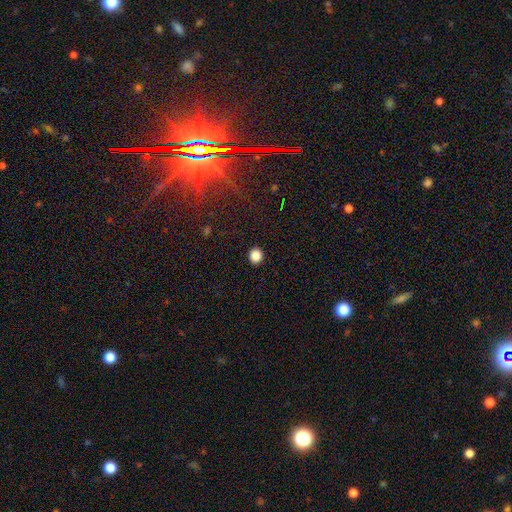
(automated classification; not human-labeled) Q: Smooth or featured?
A: smooth (87%); runner-up: star or artifact (10%)
Q: How rounded?
A: round (89%); runner-up: in between (10%)
Q: Merging?
A: none (93%); runner-up: minor disturbance (4%)